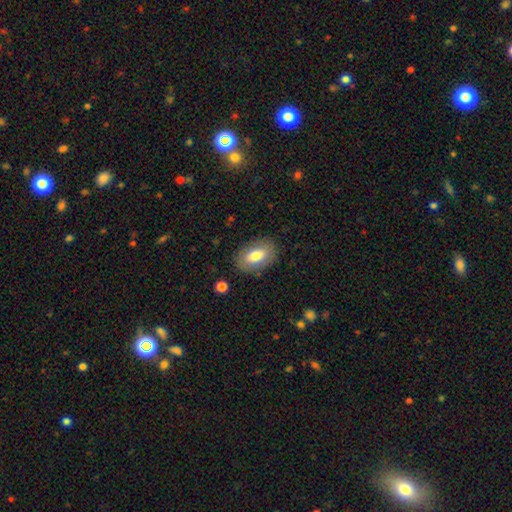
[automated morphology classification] smooth_or_featured: smooth (p=0.75) [alt: featured or disk p=0.18]
how_rounded: in between (p=0.90) [alt: round p=0.08]
merging: none (p=0.84) [alt: minor disturbance p=0.11]